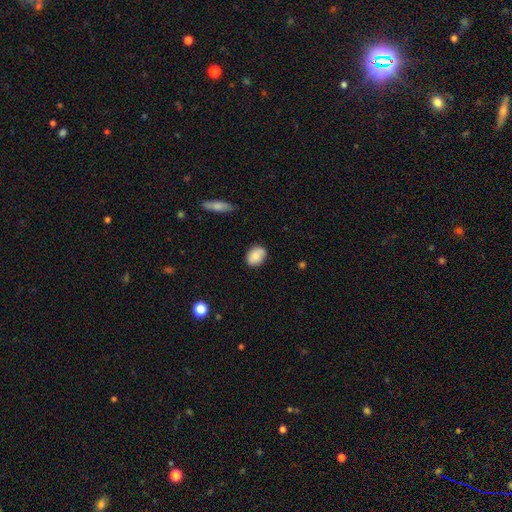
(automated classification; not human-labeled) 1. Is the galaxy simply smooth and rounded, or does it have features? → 84% smooth, 8% featured or disk, 7% star or artifact.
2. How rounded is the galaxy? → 75% in between, 24% round, 1% cigar-shaped.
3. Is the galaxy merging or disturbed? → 82% none, 14% minor disturbance, 2% major disturbance, 1% merger.